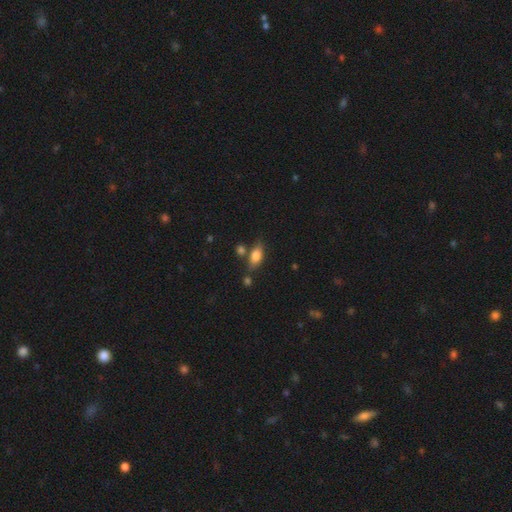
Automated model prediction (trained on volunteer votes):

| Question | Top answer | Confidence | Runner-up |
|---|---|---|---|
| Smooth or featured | smooth | 80% | featured or disk (12%) |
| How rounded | in between | 85% | cigar-shaped (9%) |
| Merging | none | 69% | minor disturbance (16%) |